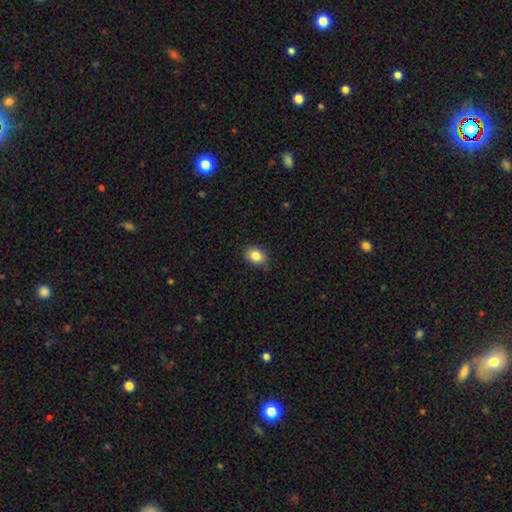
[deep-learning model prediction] smooth_or_featured: smooth (p=0.85) [alt: star or artifact p=0.08]
how_rounded: in between (p=0.72) [alt: round p=0.27]
merging: none (p=0.85) [alt: minor disturbance p=0.11]